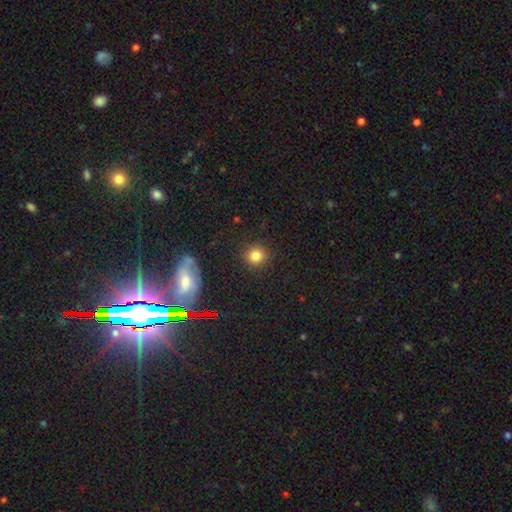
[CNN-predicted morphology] This is clearly a smooth galaxy (82%). How rounded: clearly round (90%). Merging: clearly none (89%).